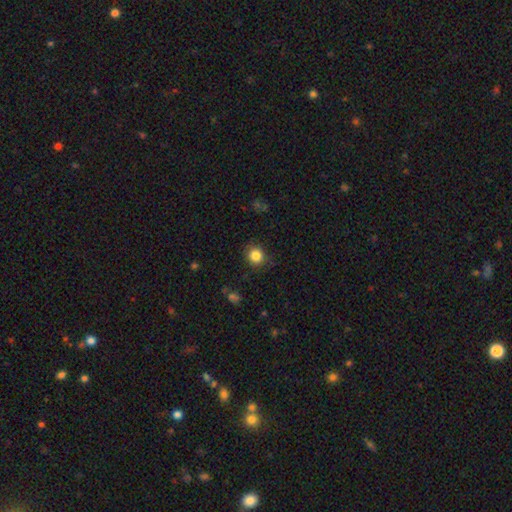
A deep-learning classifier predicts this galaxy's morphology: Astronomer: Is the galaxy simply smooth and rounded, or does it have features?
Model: smooth — 85%.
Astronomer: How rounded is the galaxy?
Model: round — 85%.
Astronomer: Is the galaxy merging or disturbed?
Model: none — 85%.